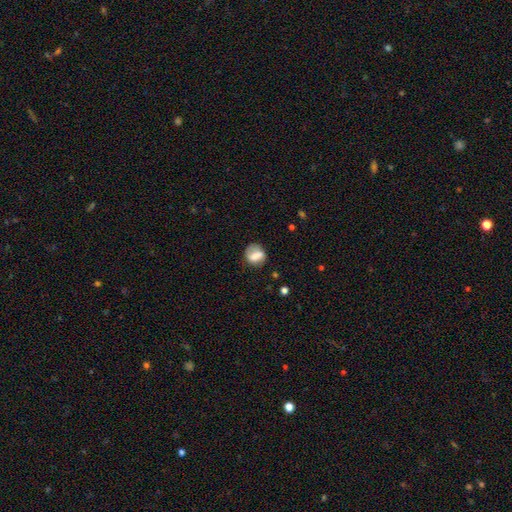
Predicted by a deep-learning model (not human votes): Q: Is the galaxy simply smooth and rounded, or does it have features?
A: smooth — 61%.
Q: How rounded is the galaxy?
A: round — 65%.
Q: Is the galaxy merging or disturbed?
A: none — 69%.